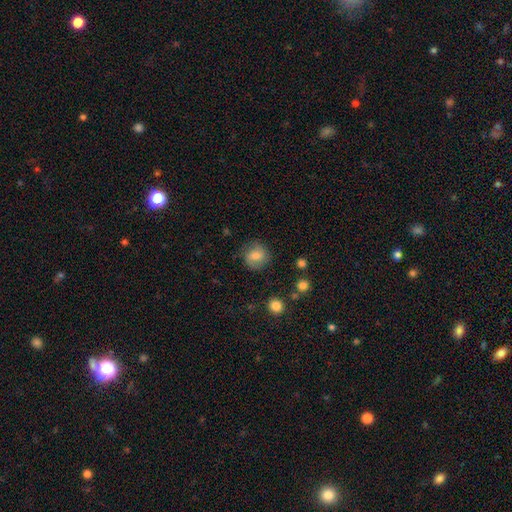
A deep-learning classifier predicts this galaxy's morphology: Smooth or featured: smooth — 68% (featured or disk — 23%)
How rounded: round — 86% (in between — 13%)
Merging: none — 80% (minor disturbance — 14%)